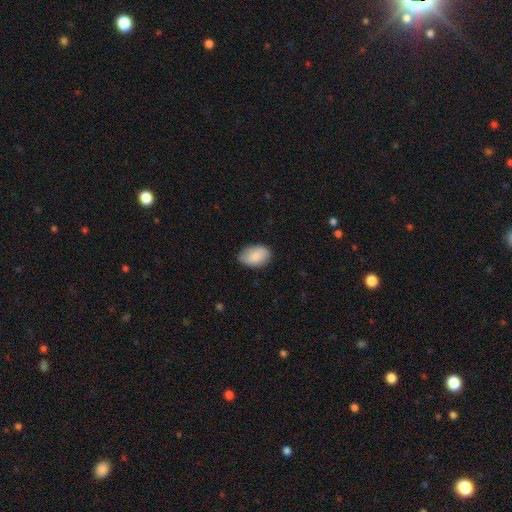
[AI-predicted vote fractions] Q: Smooth or featured?
A: smooth (85%); runner-up: featured or disk (9%)
Q: How rounded?
A: in between (88%); runner-up: round (11%)
Q: Merging?
A: none (79%); runner-up: minor disturbance (17%)